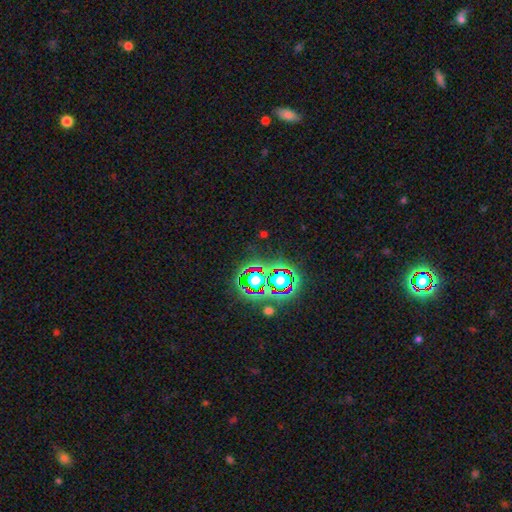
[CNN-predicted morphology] smooth-or-featured: star or artifact: 78% | smooth: 12% | featured or disk: 10%